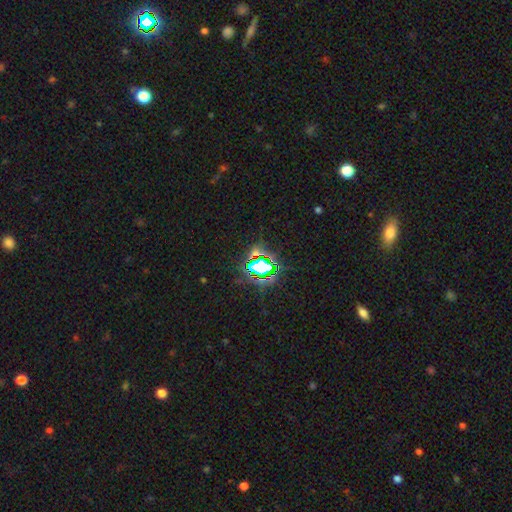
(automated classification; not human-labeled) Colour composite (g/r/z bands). It shows a star or artifact, not a galaxy (74%).